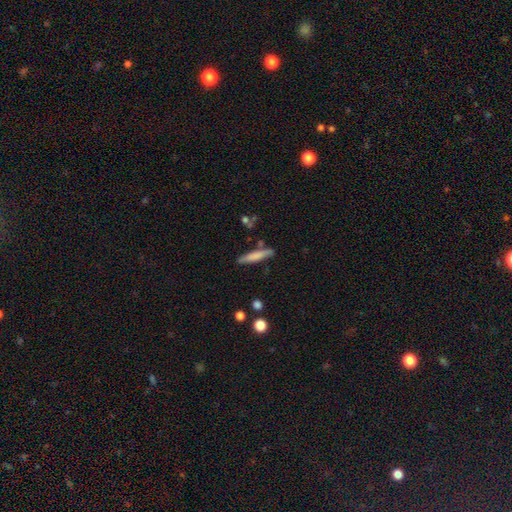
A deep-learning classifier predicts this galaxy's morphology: Overall: smooth (70%). How rounded: cigar-shaped (89%). Merging: none (81%).